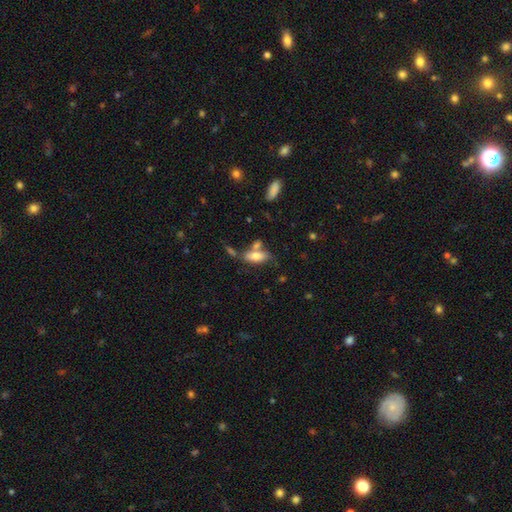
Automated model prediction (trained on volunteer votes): Morphology: type=smooth (73%); roundness=in between (80%); merging=none (49%).